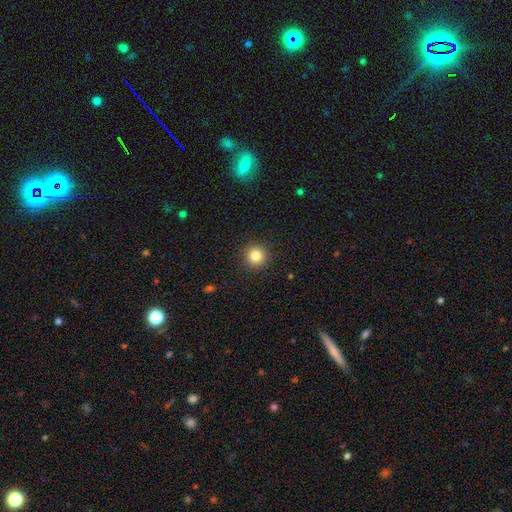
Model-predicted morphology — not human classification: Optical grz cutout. It shows a smooth galaxy with no disk features (83%) that is round (94%). Merging: none (92%).